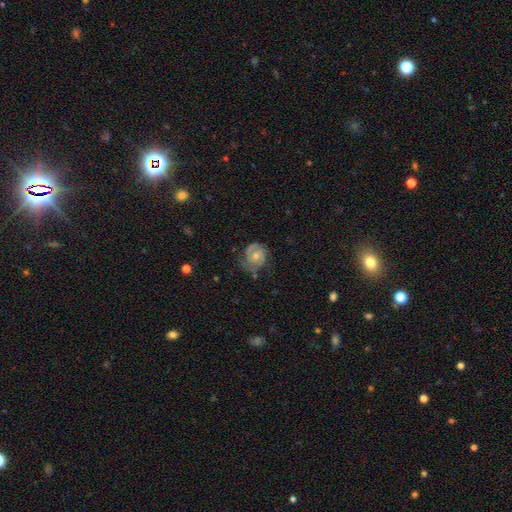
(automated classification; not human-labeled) A featured or disk galaxy (73%) with no bar (66%), 2 (67%) tight (53%) spiral arms (92%) and a moderate central bulge (55%).

Vote fractions:
- Smooth or featured? featured or disk: 73% / smooth: 21% / star or artifact: 7%
- Edge-on disk? no: 98% / yes: 2%
- Bar? no: 66% / weak: 29% / strong: 5%
- Spiral arms? yes: 92% / no: 8%
- Spiral winding? tight: 53% / medium: 36% / loose: 11%
- Spiral arm count? 2: 67% / can't tell: 14% / 1: 10% / 3: 7% / 4: 2% / more than 4: 2%
- Bulge size? moderate: 55% / small: 40% / large: 2% / none: 2% / dominant: 1%
- Merging? none: 63% / minor disturbance: 24% / major disturbance: 11% / merger: 2%